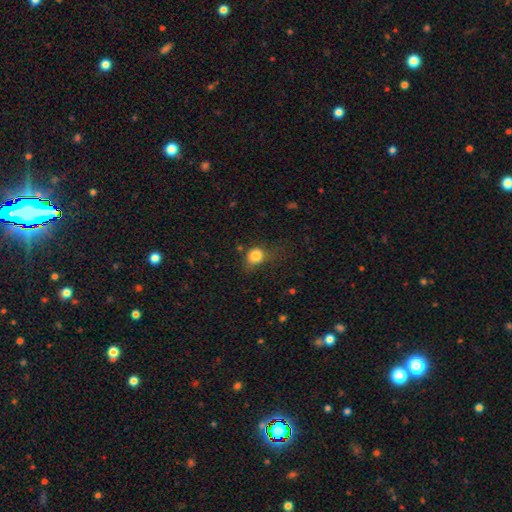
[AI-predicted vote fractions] smooth 82%, star or artifact 11%, featured or disk 7%. Down the decision tree: how rounded — round (64%); merging — none (45%).